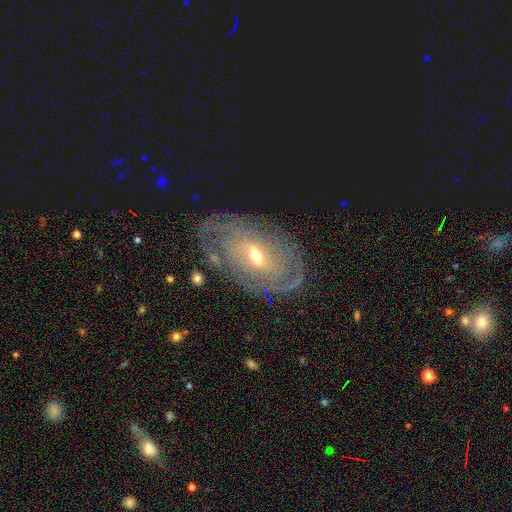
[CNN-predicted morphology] smooth-or-featured: featured or disk: 79% | smooth: 14% | star or artifact: 7%
  disk-edge-on: no: 92% | yes: 8%
    bar: weak: 47% | no: 34% | strong: 19%
    has-spiral-arms: yes: 81% | no: 19%
      spiral-winding: tight: 63% | medium: 26% | loose: 12%
      spiral-arm-count: can't tell: 47% | 2: 26% | 3: 9% | 4: 6% | 1: 6% | more than 4: 5%
    bulge-size: moderate: 50% | small: 46% | large: 2% | none: 1% | dominant: 1%
  merging: none: 70% | minor disturbance: 18% | major disturbance: 9% | merger: 2%